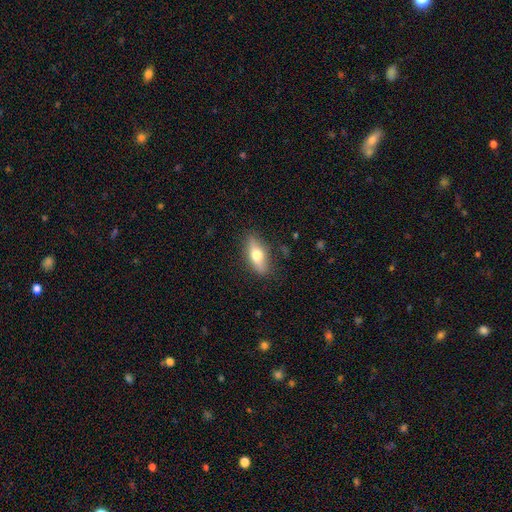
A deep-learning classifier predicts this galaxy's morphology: This is possibly a smooth galaxy (53%). How rounded: likely in between (65%). Merging: clearly none (84%).